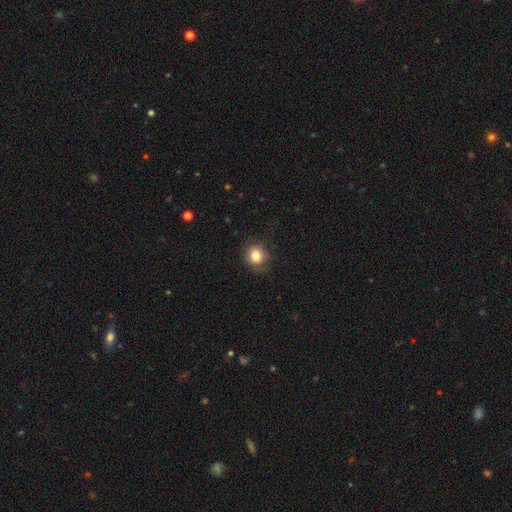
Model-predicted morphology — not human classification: type=smooth (82%); roundness=round (82%); merging=none (74%).